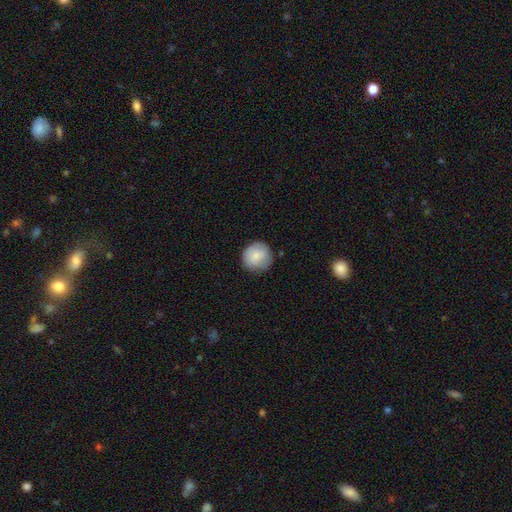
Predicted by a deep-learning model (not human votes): Q: Smooth or featured?
A: smooth (83%); runner-up: featured or disk (10%)
Q: How rounded?
A: round (92%); runner-up: in between (7%)
Q: Merging?
A: none (79%); runner-up: minor disturbance (16%)